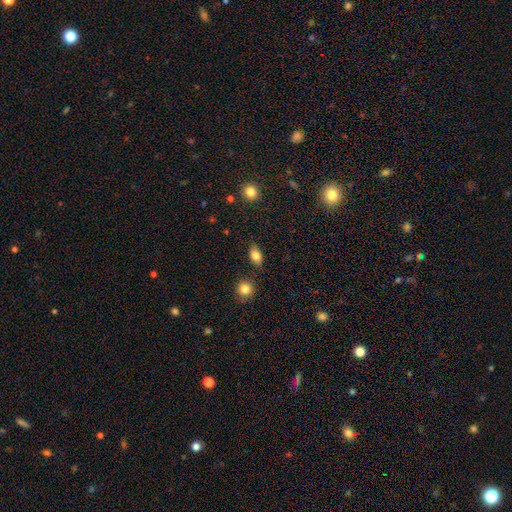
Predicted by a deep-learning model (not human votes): Morphology: type=smooth (83%); roundness=in between (83%); merging=none (82%).